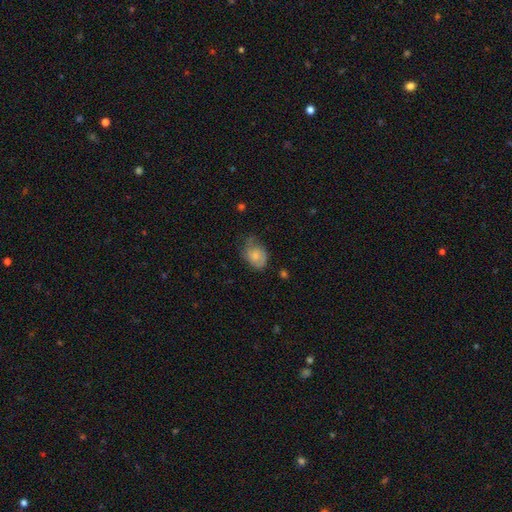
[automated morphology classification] smooth_or_featured: smooth (p=0.64) [alt: featured or disk p=0.29]
how_rounded: in between (p=0.67) [alt: round p=0.32]
merging: none (p=0.44) [alt: minor disturbance p=0.37]